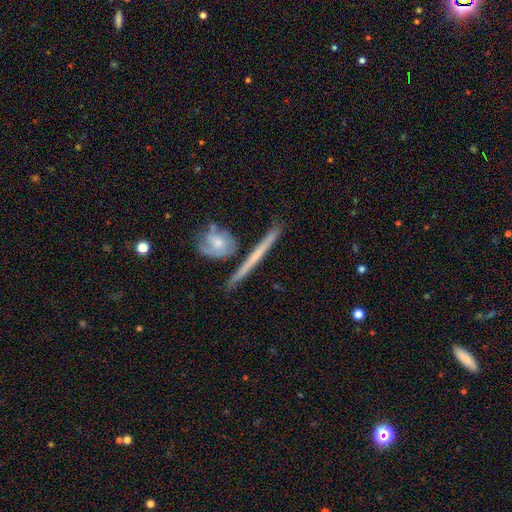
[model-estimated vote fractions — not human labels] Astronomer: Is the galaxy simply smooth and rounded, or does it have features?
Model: featured or disk — 61%.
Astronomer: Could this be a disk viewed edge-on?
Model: yes — 88%.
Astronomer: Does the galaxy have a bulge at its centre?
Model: none — 82%.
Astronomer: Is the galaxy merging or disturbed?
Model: none — 75%.